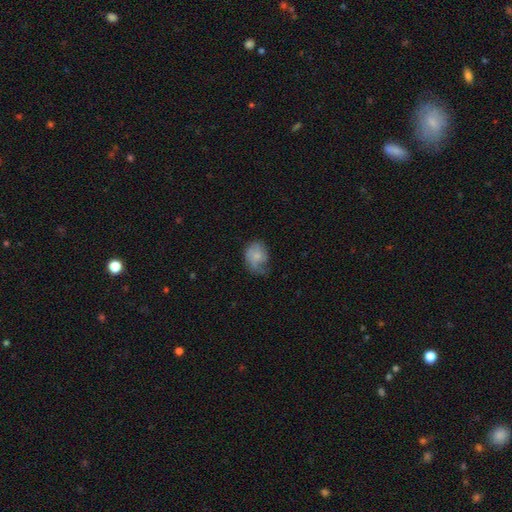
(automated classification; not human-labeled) Morphology: type=smooth (61%); roundness=in between (60%); merging=none (40%).